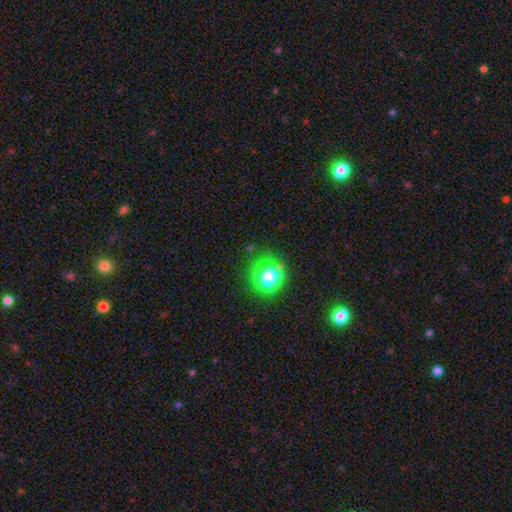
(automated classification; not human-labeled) Smooth or featured?
  - star or artifact: 56% *
  - smooth: 38%
  - featured or disk: 6%